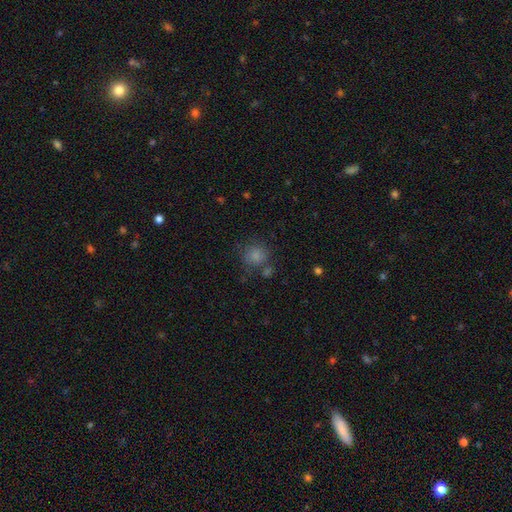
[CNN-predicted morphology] Q: Smooth or featured?
A: smooth (82%); runner-up: star or artifact (12%)
Q: How rounded?
A: round (84%); runner-up: in between (15%)
Q: Merging?
A: none (68%); runner-up: minor disturbance (14%)